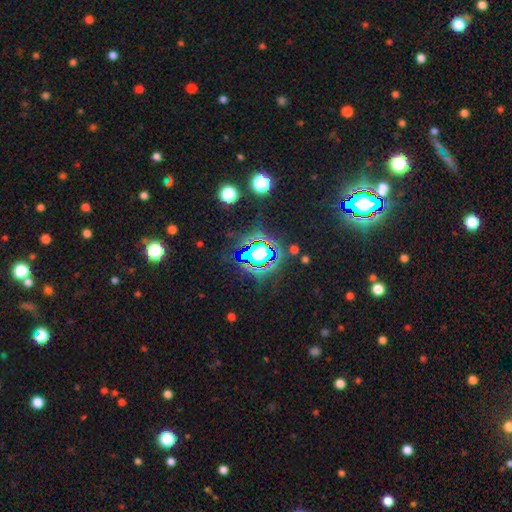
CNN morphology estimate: A star or artifact, not a galaxy (67%).

Vote fractions:
- Smooth or featured? star or artifact: 67% / smooth: 20% / featured or disk: 13%